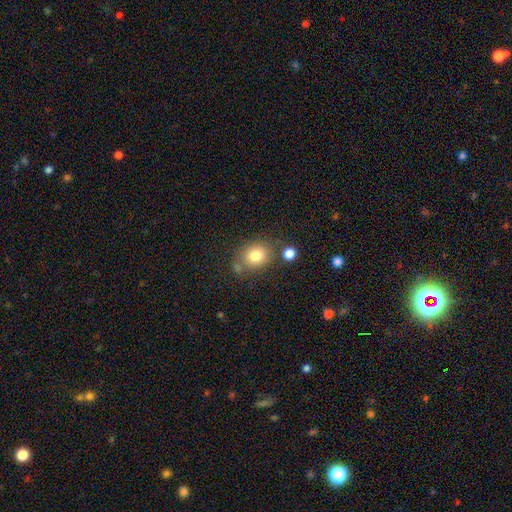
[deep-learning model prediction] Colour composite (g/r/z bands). It shows a smooth galaxy with no disk features (79%) that is round (64%). Merging: none (67%).